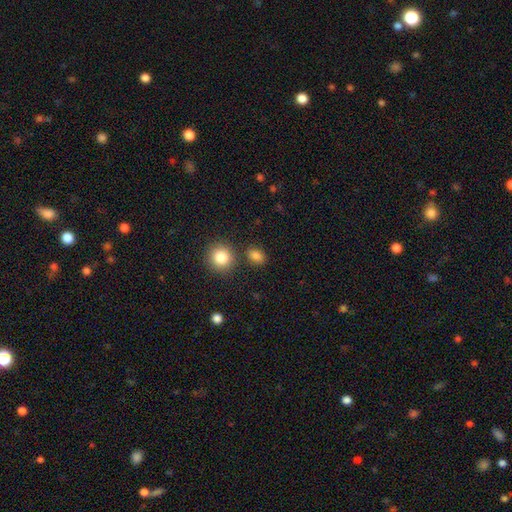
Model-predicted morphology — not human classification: This appears to be a smooth galaxy with no disk features (84%) that is in between round and cigar-shaped (56%). Merging: none (78%).